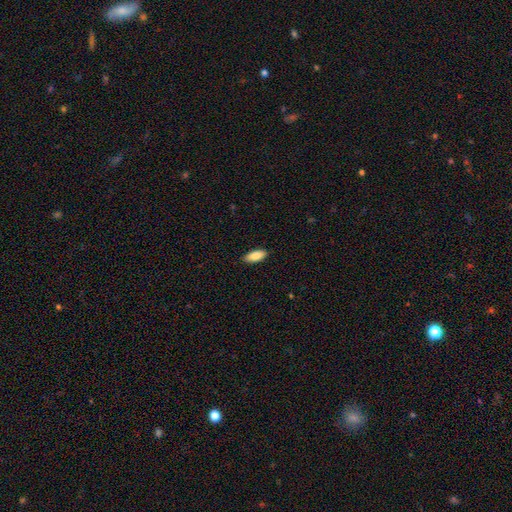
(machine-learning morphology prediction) Smooth or featured? Predicted: smooth (p=0.87). How rounded? Predicted: in between (p=0.83). Merging? Predicted: none (p=0.89).